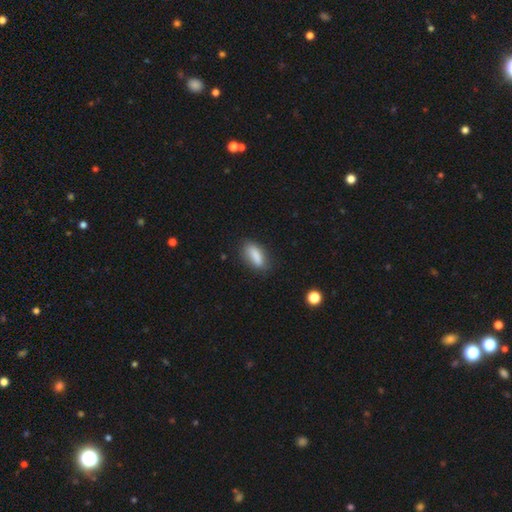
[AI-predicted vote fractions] Q: Smooth or featured?
A: smooth (83%); runner-up: featured or disk (9%)
Q: How rounded?
A: in between (66%); runner-up: cigar-shaped (31%)
Q: Merging?
A: none (76%); runner-up: minor disturbance (18%)